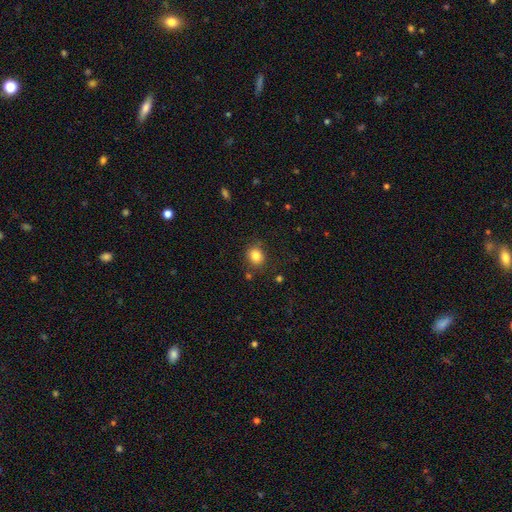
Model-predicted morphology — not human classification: This appears to be a smooth galaxy with no disk features (83%) that is round (70%). Merging: none (81%).